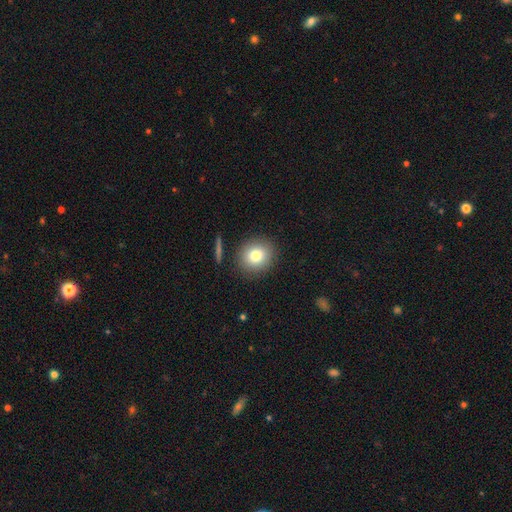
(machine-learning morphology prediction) smooth 80%, featured or disk 10%, star or artifact 10%. Down the decision tree: how rounded — round (83%); merging — none (87%).